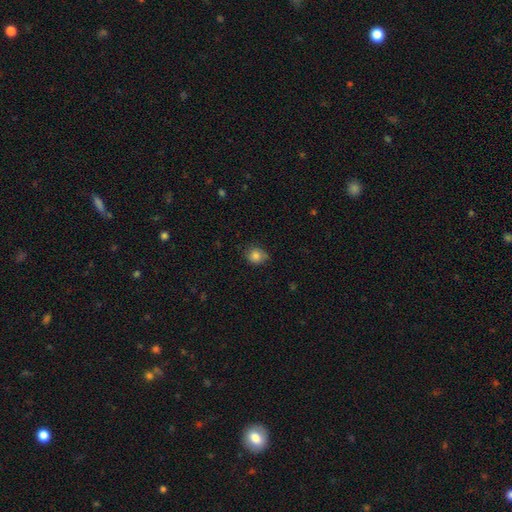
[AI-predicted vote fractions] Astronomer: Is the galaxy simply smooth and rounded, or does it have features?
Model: smooth — 83%.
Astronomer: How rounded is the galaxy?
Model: round — 72%.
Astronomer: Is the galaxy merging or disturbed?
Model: none — 72%.